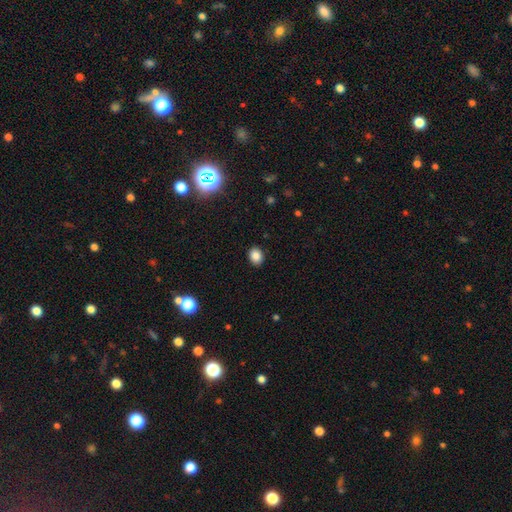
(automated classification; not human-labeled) Smooth or featured? Predicted: smooth (p=0.85). How rounded? Predicted: in between (p=0.54). Merging? Predicted: none (p=0.90).